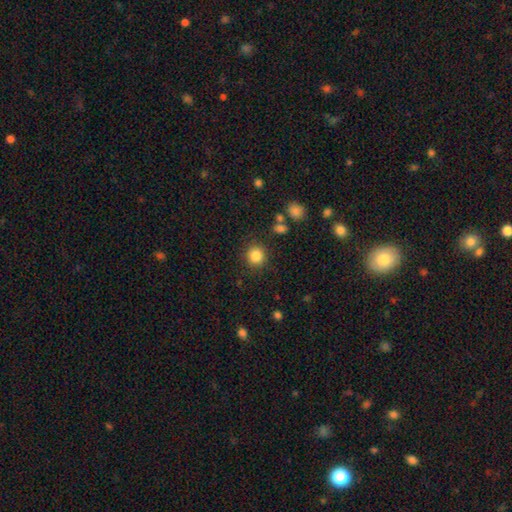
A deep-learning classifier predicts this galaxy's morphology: This appears to be a smooth galaxy with no disk features (85%) that is round (88%). Merging: none (87%).